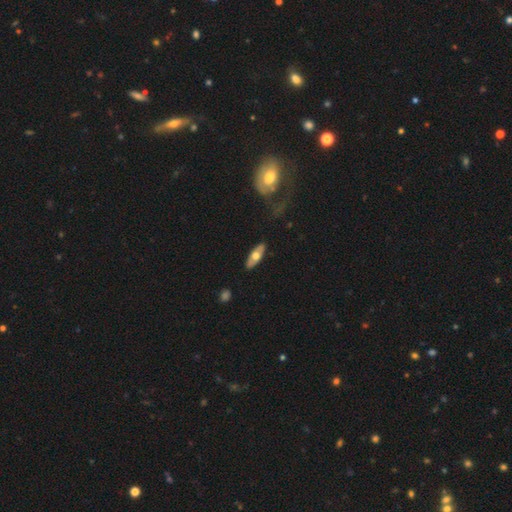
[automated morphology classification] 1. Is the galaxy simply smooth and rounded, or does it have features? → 53% smooth, 41% featured or disk, 5% star or artifact.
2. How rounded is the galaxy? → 68% in between, 29% cigar-shaped, 3% round.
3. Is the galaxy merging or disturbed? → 87% none, 10% minor disturbance, 2% major disturbance, 1% merger.